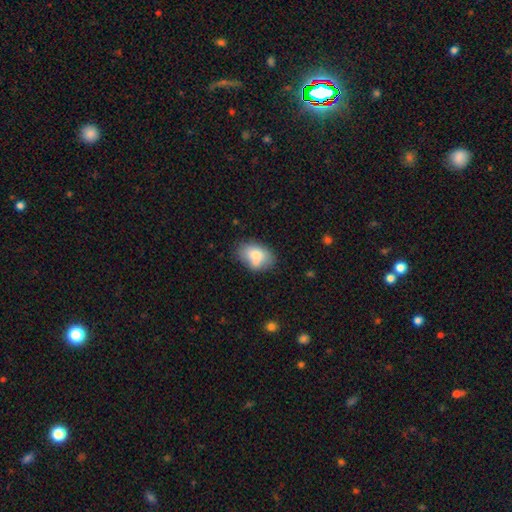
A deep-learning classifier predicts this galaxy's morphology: smooth-or-featured: smooth: 78% | featured or disk: 14% | star or artifact: 8%
  how-rounded: in between: 83% | round: 15% | cigar-shaped: 1%
  merging: none: 58% | minor disturbance: 27% | merger: 8% | major disturbance: 7%